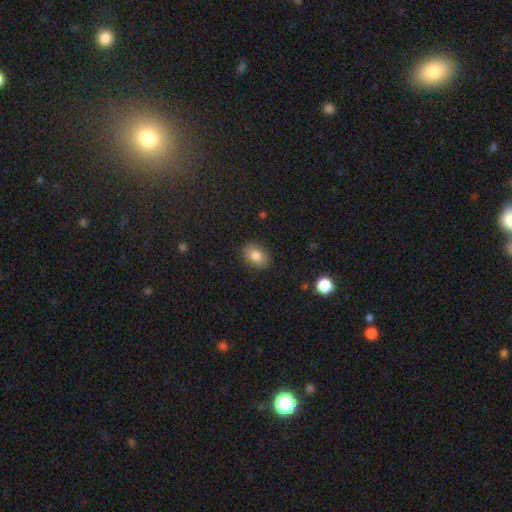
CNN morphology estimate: smooth 82%, featured or disk 9%, star or artifact 9%. Down the decision tree: how rounded — in between (72%); merging — none (87%).